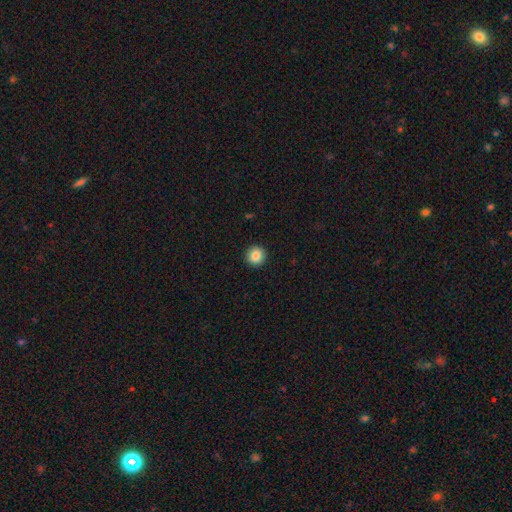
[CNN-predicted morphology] A smooth galaxy with no disk features (86%) that is round (95%). Merging: none (93%).